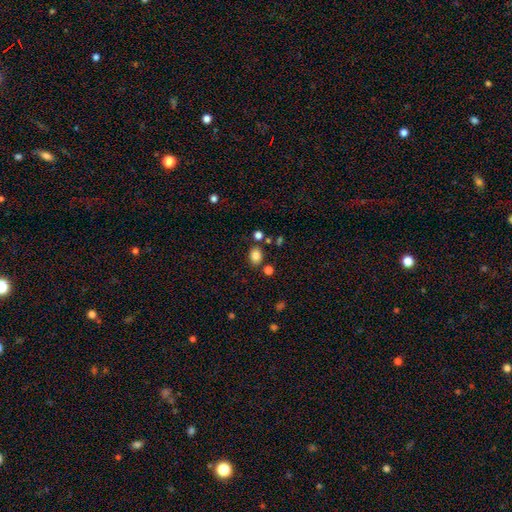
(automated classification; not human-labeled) Smooth or featured: smooth — 84% (star or artifact — 11%)
How rounded: in between — 58% (round — 41%)
Merging: none — 79% (minor disturbance — 10%)